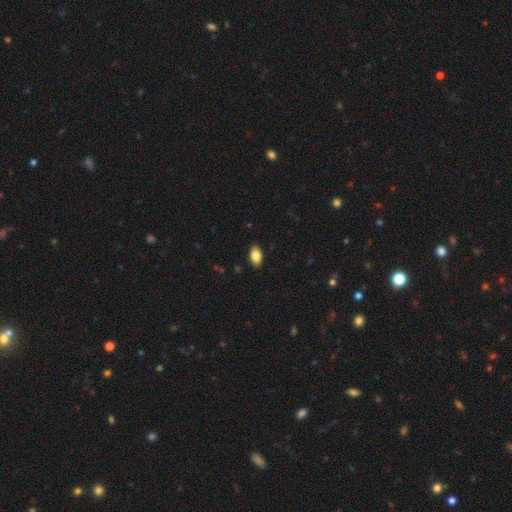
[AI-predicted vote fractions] smooth_or_featured: smooth (p=0.85) [alt: featured or disk p=0.08]
how_rounded: in between (p=0.93) [alt: round p=0.05]
merging: none (p=0.89) [alt: minor disturbance p=0.08]